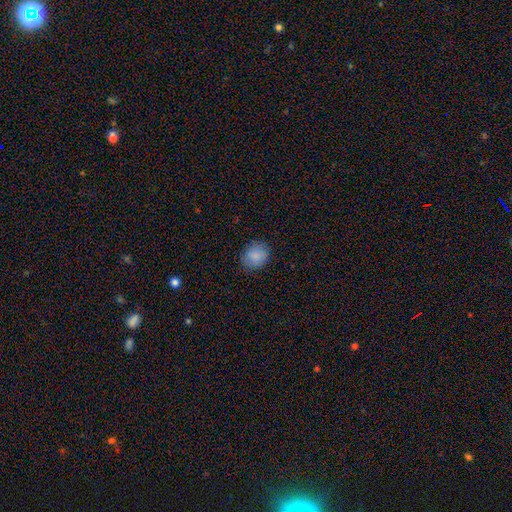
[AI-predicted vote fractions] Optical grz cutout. It shows a smooth galaxy with no disk features (86%) that is round (65%). Merging: none (84%).